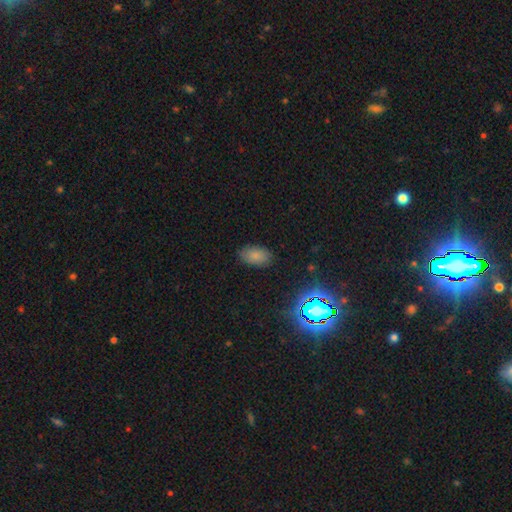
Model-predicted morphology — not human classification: smooth-or-featured: smooth: 79% | star or artifact: 13% | featured or disk: 8%
  how-rounded: in between: 91% | round: 7% | cigar-shaped: 2%
  merging: none: 84% | minor disturbance: 12% | major disturbance: 3% | merger: 1%